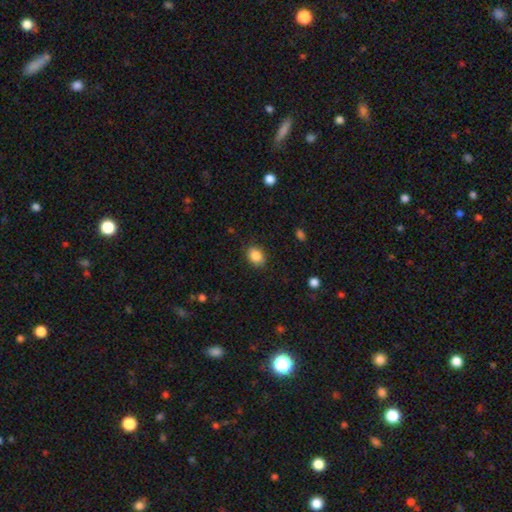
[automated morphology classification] Q: Smooth or featured?
A: smooth (86%); runner-up: star or artifact (9%)
Q: How rounded?
A: in between (62%); runner-up: round (37%)
Q: Merging?
A: none (86%); runner-up: minor disturbance (10%)